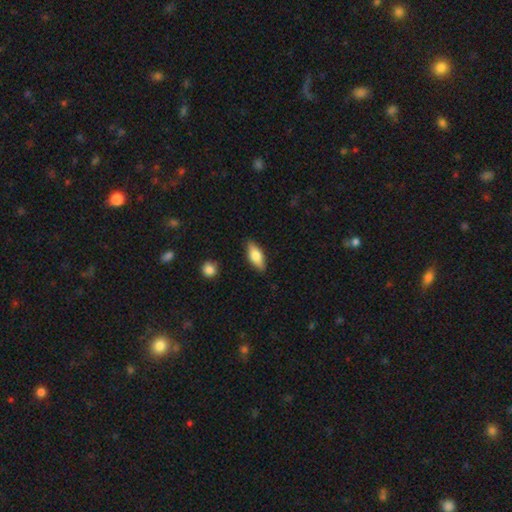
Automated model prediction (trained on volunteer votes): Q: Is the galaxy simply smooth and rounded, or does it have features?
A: smooth — 69%.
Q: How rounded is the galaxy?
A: in between — 77%.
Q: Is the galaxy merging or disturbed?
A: none — 86%.